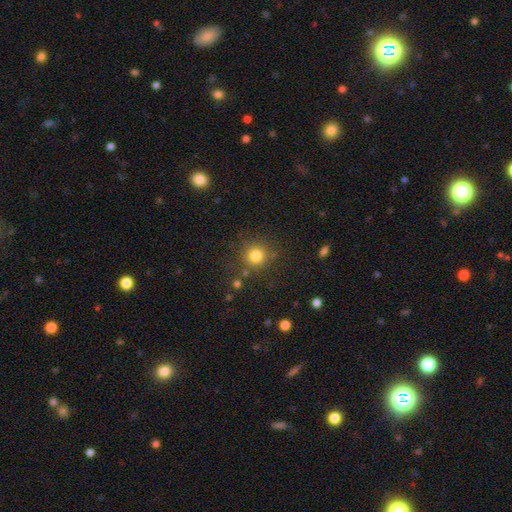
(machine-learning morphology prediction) smooth_or_featured: smooth (p=0.80) [alt: star or artifact p=0.14]
how_rounded: round (p=0.94) [alt: in between p=0.05]
merging: none (p=0.84) [alt: minor disturbance p=0.08]